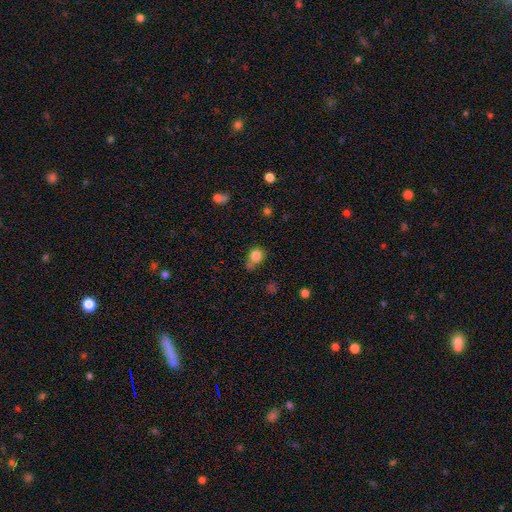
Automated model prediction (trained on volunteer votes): Q: Smooth or featured?
A: smooth (82%); runner-up: star or artifact (11%)
Q: How rounded?
A: round (76%); runner-up: in between (23%)
Q: Merging?
A: none (51%); runner-up: minor disturbance (25%)